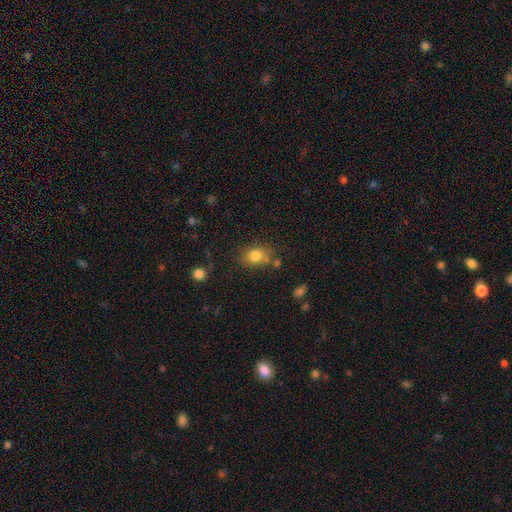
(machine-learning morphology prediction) This appears to be a smooth galaxy with no disk features (80%) that is in between round and cigar-shaped (52%). Merging: none (67%).